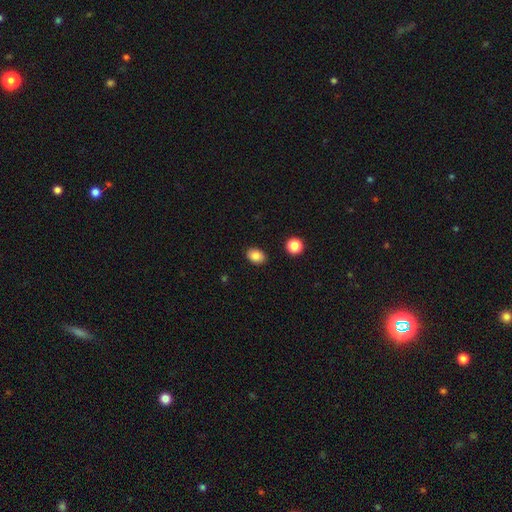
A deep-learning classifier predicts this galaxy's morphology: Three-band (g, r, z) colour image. It shows a smooth galaxy with no disk features (84%) that is in between round and cigar-shaped (71%). Merging: none (89%).